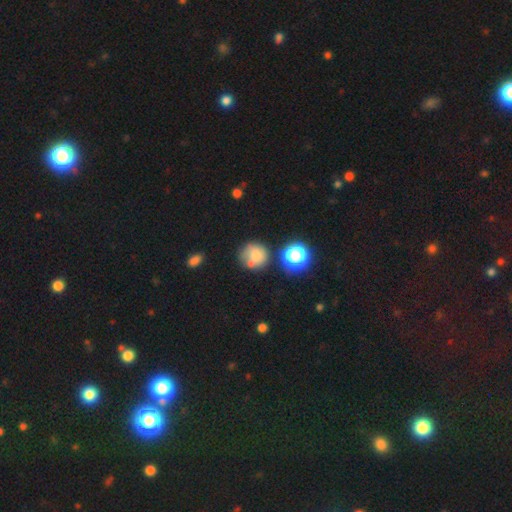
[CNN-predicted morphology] Smooth or featured? Predicted: smooth (p=0.73). How rounded? Predicted: round (p=0.86). Merging? Predicted: none (p=0.52).